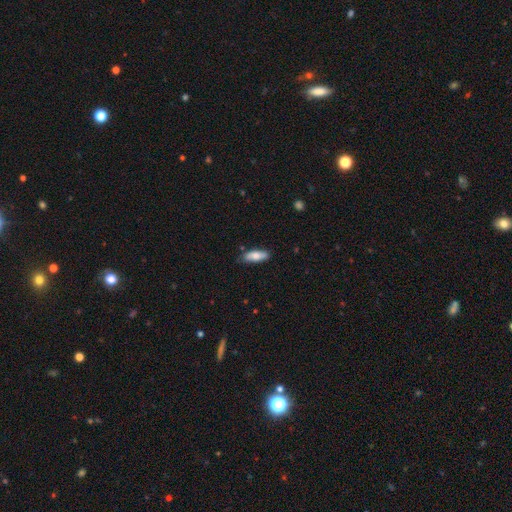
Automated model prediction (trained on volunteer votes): smooth-or-featured: smooth: 78% | featured or disk: 16% | star or artifact: 6%
  how-rounded: in between: 67% | cigar-shaped: 31% | round: 2%
  merging: none: 78% | minor disturbance: 17% | major disturbance: 3% | merger: 2%